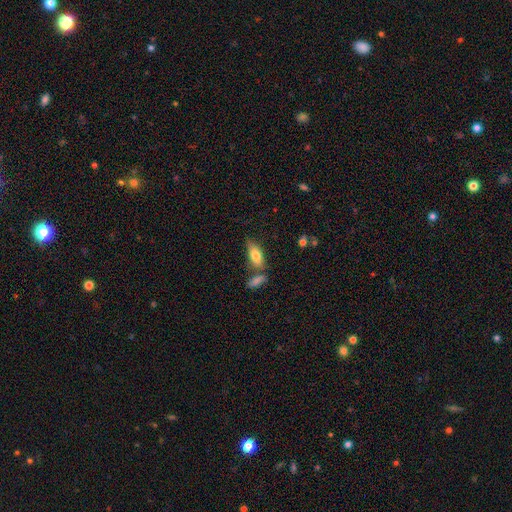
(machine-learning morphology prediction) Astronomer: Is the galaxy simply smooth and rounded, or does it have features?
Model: smooth — 74%.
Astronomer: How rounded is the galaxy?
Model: in between — 77%.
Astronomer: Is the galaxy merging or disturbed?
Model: none — 60%.